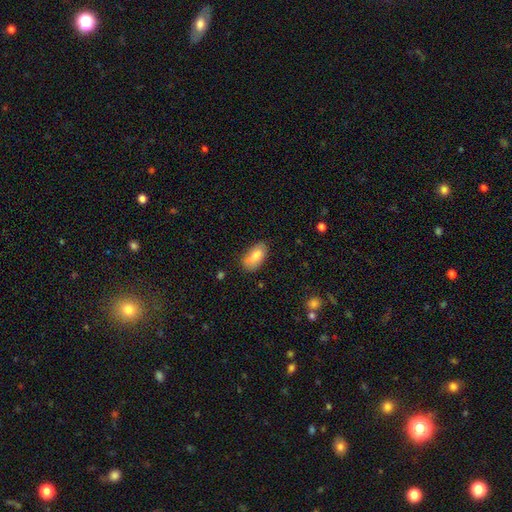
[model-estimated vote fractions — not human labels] smooth_or_featured: smooth (p=0.80) [alt: featured or disk p=0.13]
how_rounded: in between (p=0.92) [alt: cigar-shaped p=0.04]
merging: none (p=0.73) [alt: minor disturbance p=0.21]